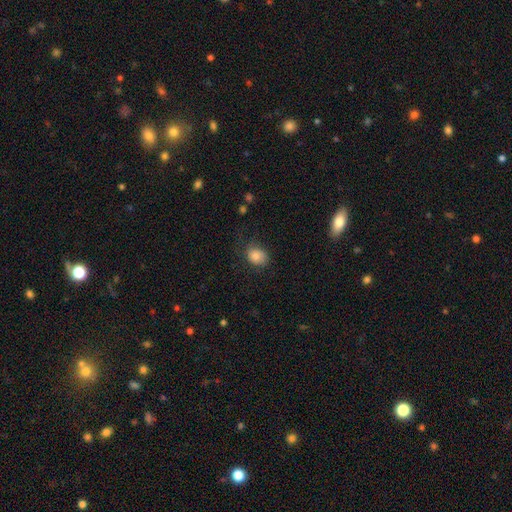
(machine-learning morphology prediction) A smooth galaxy with no disk features (83%) that is round (52%). Merging: none (68%).